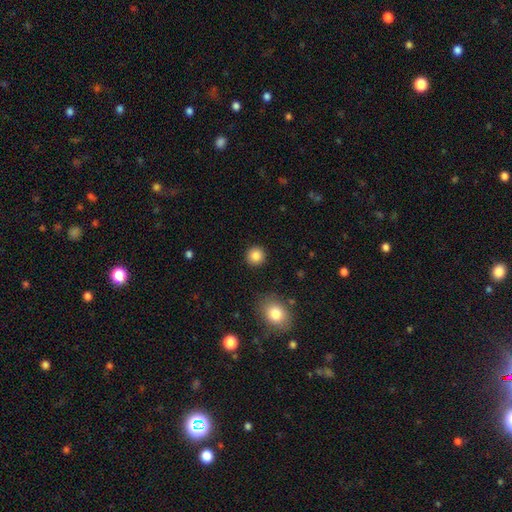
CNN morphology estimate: Smooth or featured: smooth — 86% (star or artifact — 10%)
How rounded: round — 94% (in between — 5%)
Merging: none — 91% (minor disturbance — 5%)